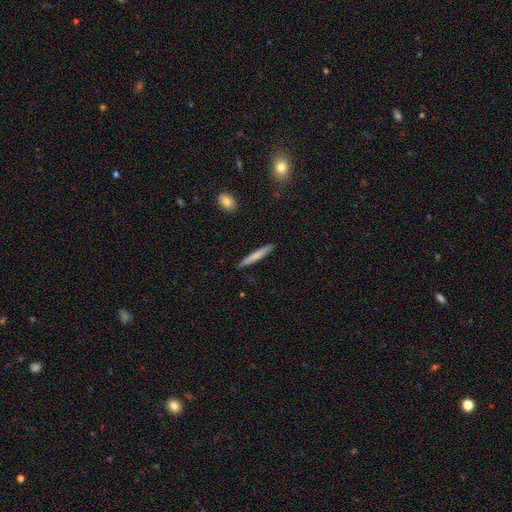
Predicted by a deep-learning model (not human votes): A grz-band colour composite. It shows a smooth galaxy with no disk features (72%) that is cigar-shaped (95%). Merging: none (91%).